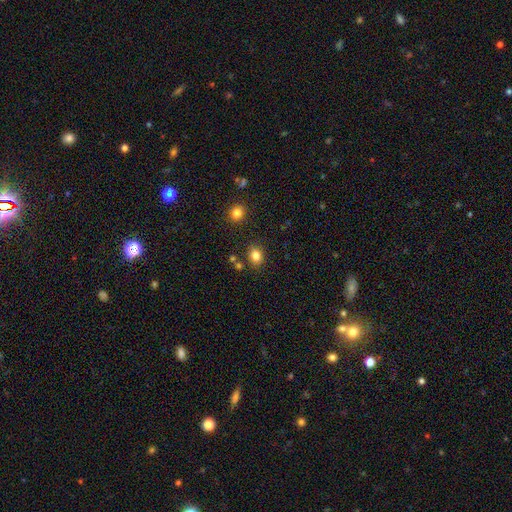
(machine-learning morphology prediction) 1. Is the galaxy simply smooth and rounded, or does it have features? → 82% smooth, 12% star or artifact, 6% featured or disk.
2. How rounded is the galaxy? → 53% in between, 46% round, 1% cigar-shaped.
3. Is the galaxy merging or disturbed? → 80% none, 11% minor disturbance, 5% merger, 3% major disturbance.